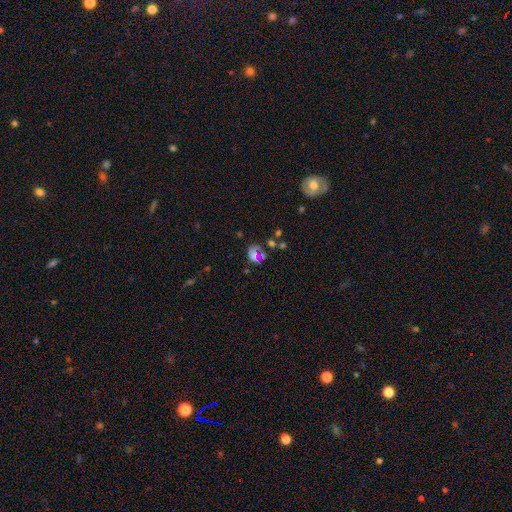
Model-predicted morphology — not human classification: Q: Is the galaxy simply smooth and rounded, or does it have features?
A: smooth — 49%.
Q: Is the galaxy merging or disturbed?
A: none — 31%.